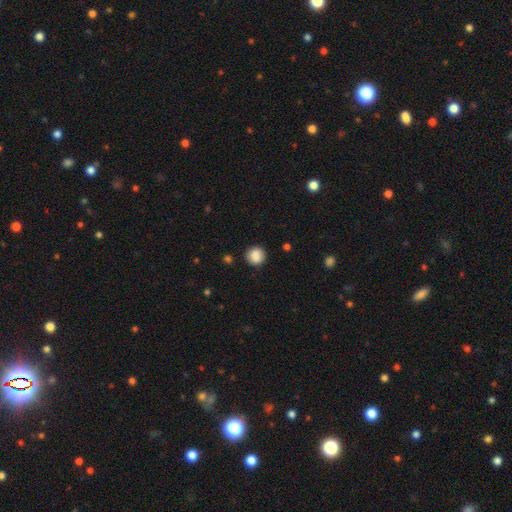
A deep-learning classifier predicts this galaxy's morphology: Smooth or featured?
  - smooth: 88% *
  - star or artifact: 8%
  - featured or disk: 4%
How rounded?
  - round: 90% *
  - in between: 9%
  - cigar-shaped: 1%
Merging?
  - none: 88% *
  - minor disturbance: 8%
  - major disturbance: 2%
  - merger: 1%